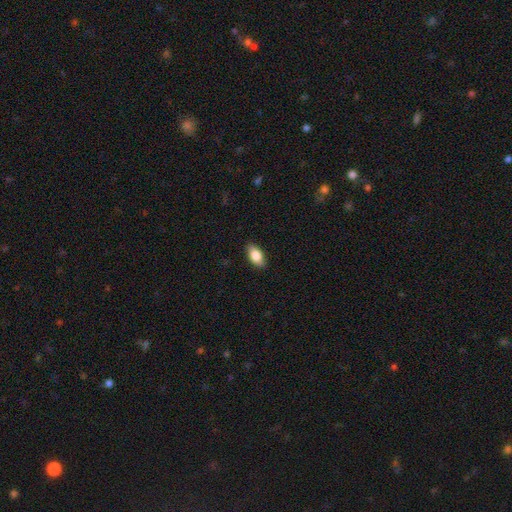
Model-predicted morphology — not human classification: Q: Smooth or featured?
A: smooth (83%); runner-up: featured or disk (10%)
Q: How rounded?
A: in between (91%); runner-up: cigar-shaped (5%)
Q: Merging?
A: none (88%); runner-up: minor disturbance (9%)